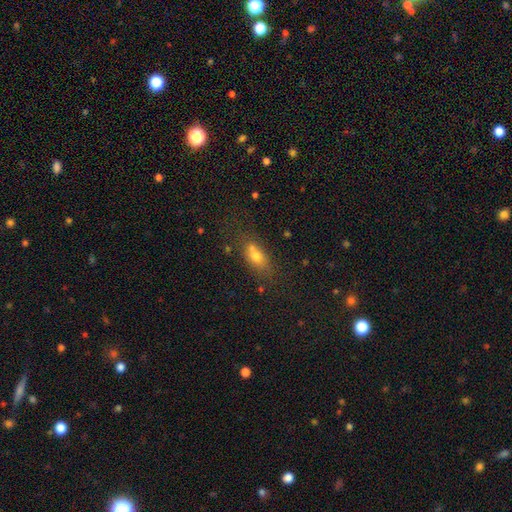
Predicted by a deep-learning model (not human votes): Smooth or featured? Predicted: smooth (p=0.69). How rounded? Predicted: in between (p=0.71). Merging? Predicted: none (p=0.54).